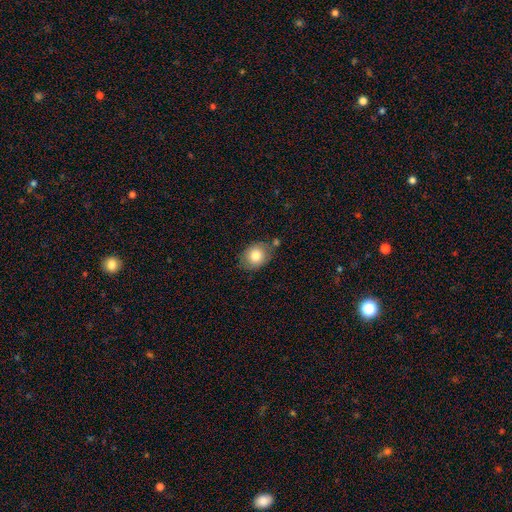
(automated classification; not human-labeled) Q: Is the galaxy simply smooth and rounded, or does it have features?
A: smooth — 81%.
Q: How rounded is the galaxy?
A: in between — 53%.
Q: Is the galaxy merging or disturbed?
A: none — 73%.